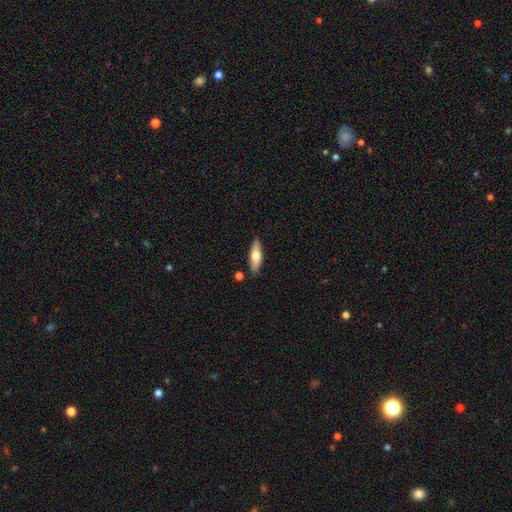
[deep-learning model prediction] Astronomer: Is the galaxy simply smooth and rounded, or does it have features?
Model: smooth — 63%.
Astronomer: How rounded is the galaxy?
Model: in between — 50% (runner-up: cigar-shaped, 48%).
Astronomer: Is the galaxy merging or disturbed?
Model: none — 83%.